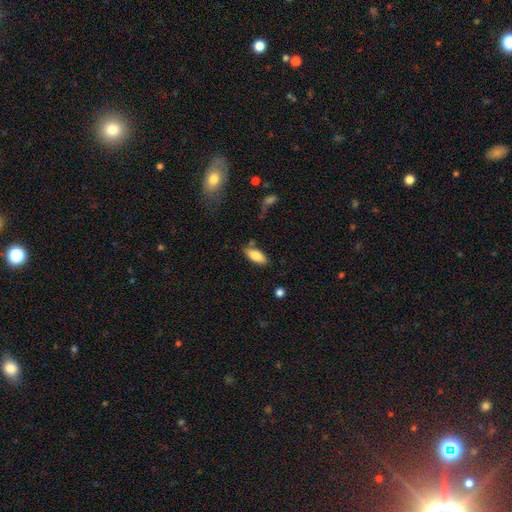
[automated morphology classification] This is clearly a smooth galaxy (83%). How rounded: clearly in between (82%). Merging: likely none (76%).